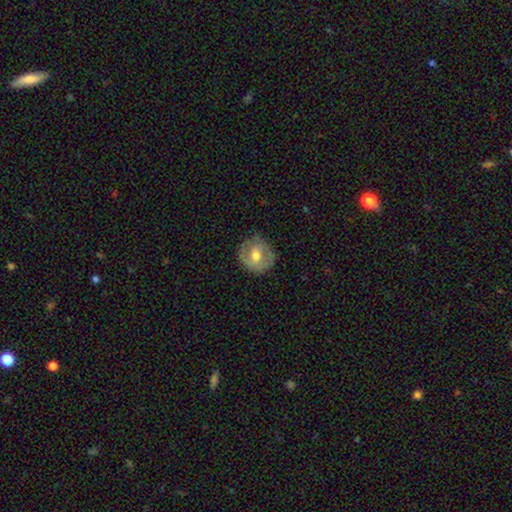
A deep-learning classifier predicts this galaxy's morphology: Smooth or featured? featured or disk (52%)
Edge-on disk? no (96%)
Merging? none (77%)